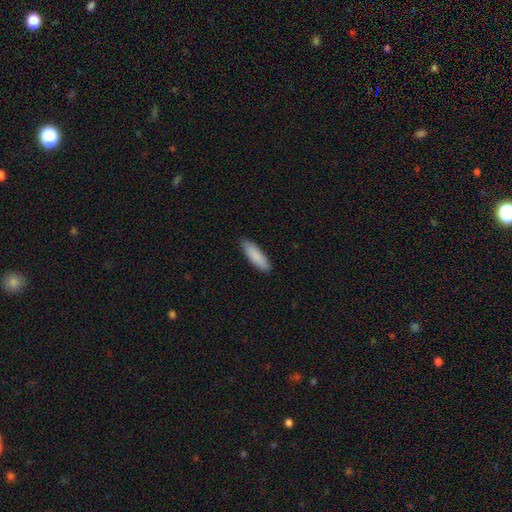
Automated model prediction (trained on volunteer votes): The model was most divided on "how rounded": cigar-shaped: 53%, in between: 46%, round: 1%. More confident: smooth or featured — smooth (88%); merging — none (88%).